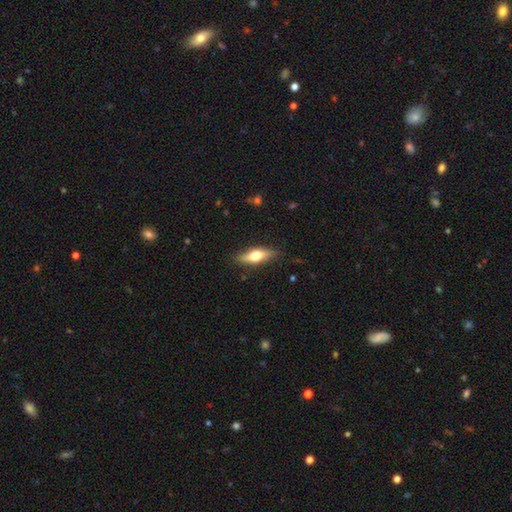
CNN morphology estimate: Smooth or featured? smooth (52%)
How rounded? in between (50%)
Merging? none (85%)